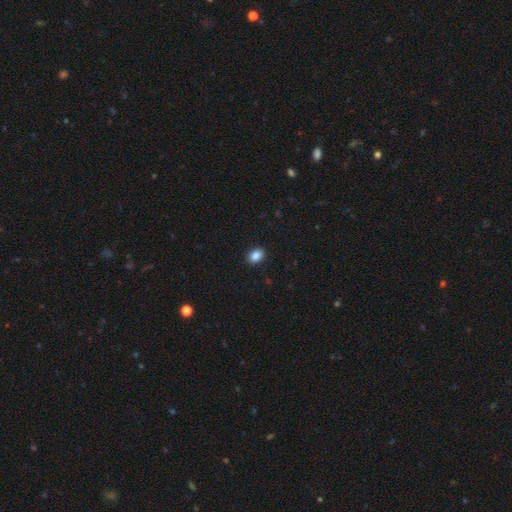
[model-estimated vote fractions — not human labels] Smooth or featured: smooth — 87% (star or artifact — 9%)
How rounded: in between — 75% (round — 24%)
Merging: none — 91% (minor disturbance — 6%)